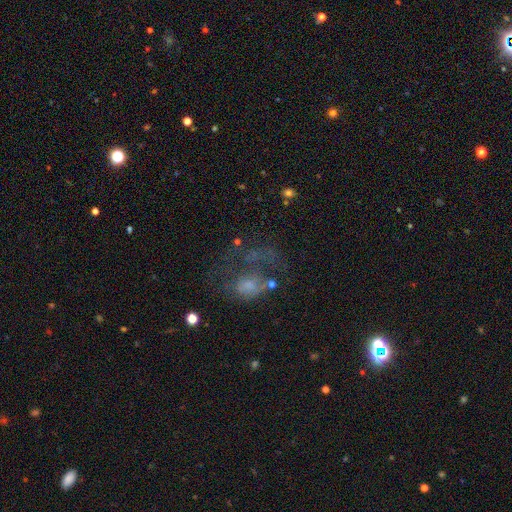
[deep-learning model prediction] A featured or disk galaxy (41%).

Vote fractions:
- Smooth or featured? featured or disk: 41% / star or artifact: 30% / smooth: 29%
- Merging? major disturbance: 41% / none: 34% / minor disturbance: 15% / merger: 9%